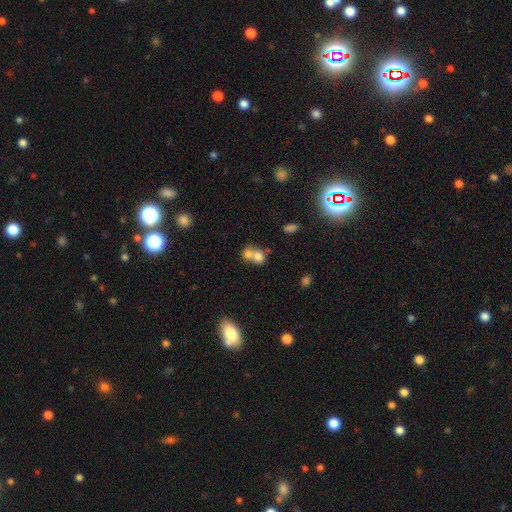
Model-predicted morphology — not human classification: smooth 73%, featured or disk 15%, star or artifact 11%. Down the decision tree: how rounded — round (63%); merging — merger (67%).